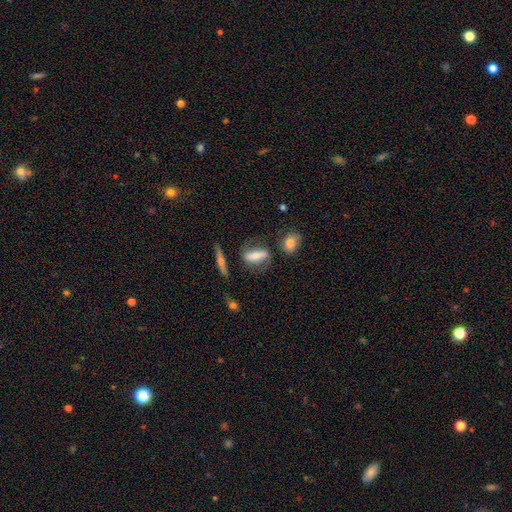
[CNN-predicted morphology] type=featured or disk (47%); merging=none (60%).